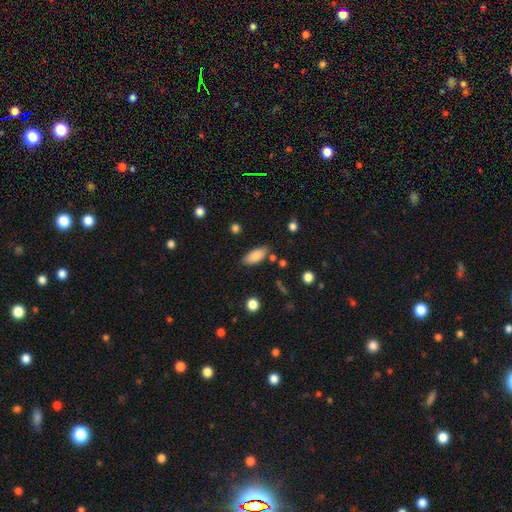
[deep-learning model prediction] Smooth or featured: smooth — 86% (featured or disk — 7%)
How rounded: in between — 86% (cigar-shaped — 12%)
Merging: none — 78% (minor disturbance — 15%)